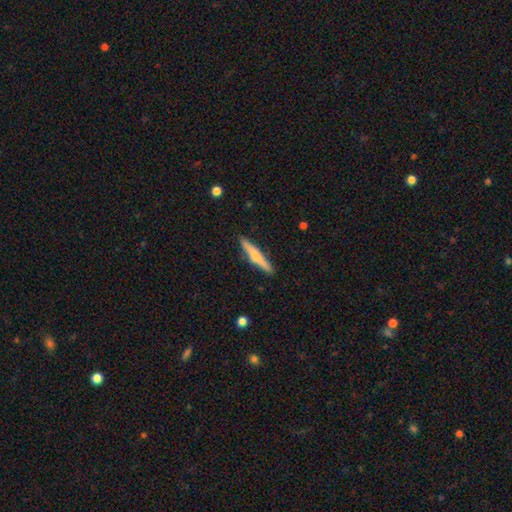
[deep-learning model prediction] Morphology: type=smooth (54%); roundness=cigar-shaped (93%); merging=none (88%).